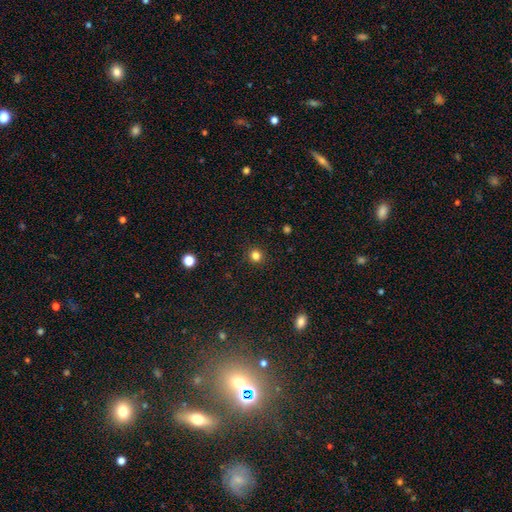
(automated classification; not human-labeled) The model was most divided on "smooth or featured": smooth: 82%, star or artifact: 14%, featured or disk: 4%. More confident: how rounded — round (93%); merging — none (92%).